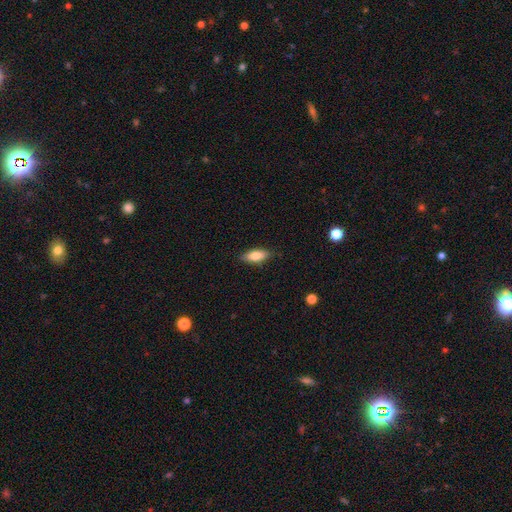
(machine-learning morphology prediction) This is clearly a smooth galaxy (80%). How rounded: likely in between (77%). Merging: clearly none (85%).